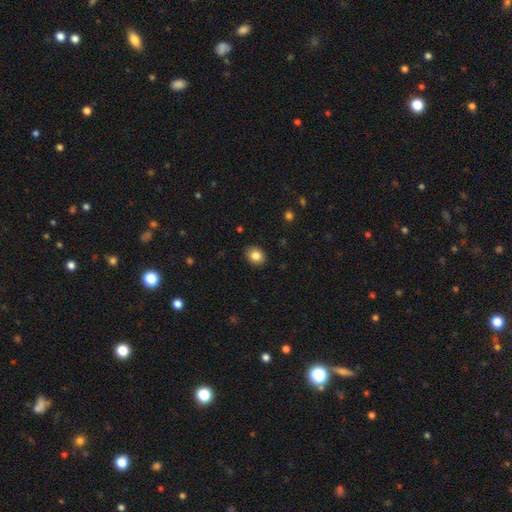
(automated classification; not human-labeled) A smooth galaxy with no disk features (84%) that is round (56%). Merging: none (89%).